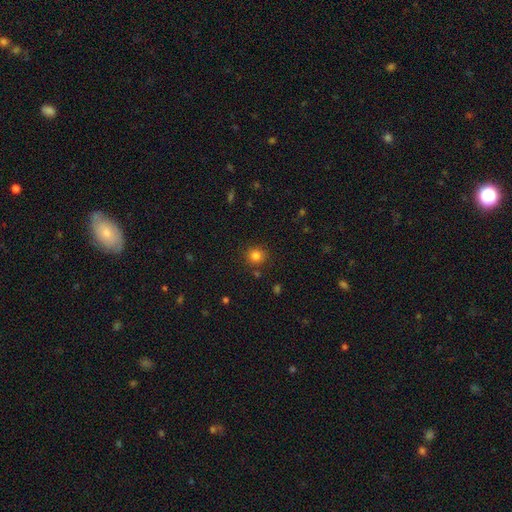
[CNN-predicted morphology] This appears to be a smooth galaxy with no disk features (82%) that is round (89%). Merging: none (86%).